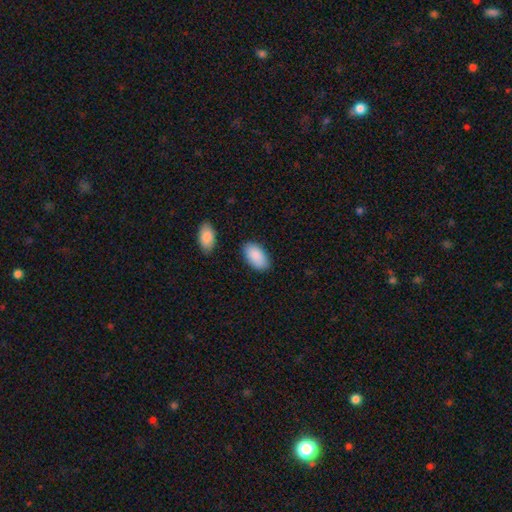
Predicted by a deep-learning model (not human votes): Smooth or featured? smooth (90%)
How rounded? in between (95%)
Merging? none (83%)